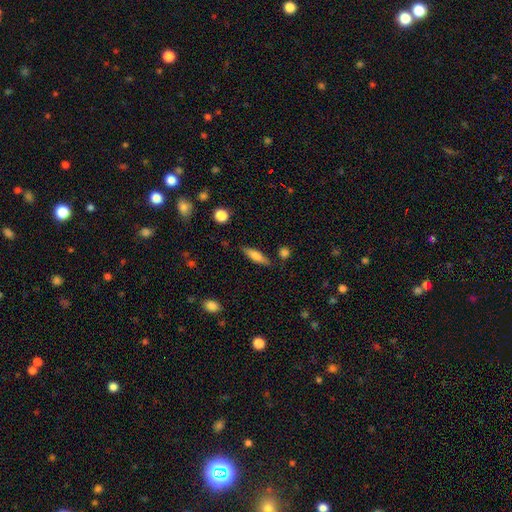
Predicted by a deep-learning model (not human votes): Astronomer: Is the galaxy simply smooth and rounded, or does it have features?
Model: smooth — 61%.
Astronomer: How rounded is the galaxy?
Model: cigar-shaped — 64%.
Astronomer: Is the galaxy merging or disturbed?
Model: none — 81%.